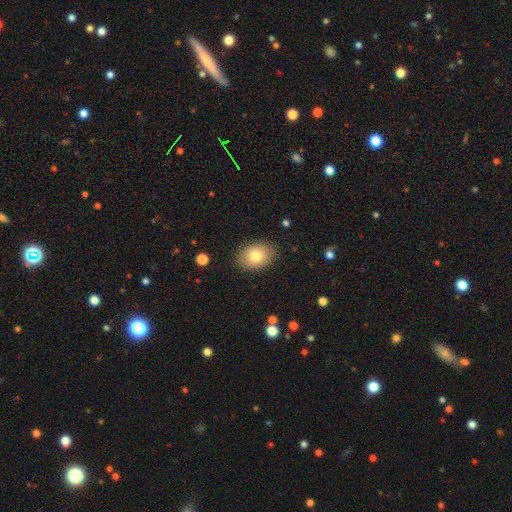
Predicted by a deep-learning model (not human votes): smooth-or-featured: smooth: 78% | featured or disk: 13% | star or artifact: 8%
  how-rounded: in between: 76% | round: 23% | cigar-shaped: 1%
  merging: none: 86% | minor disturbance: 11% | major disturbance: 3% | merger: 1%